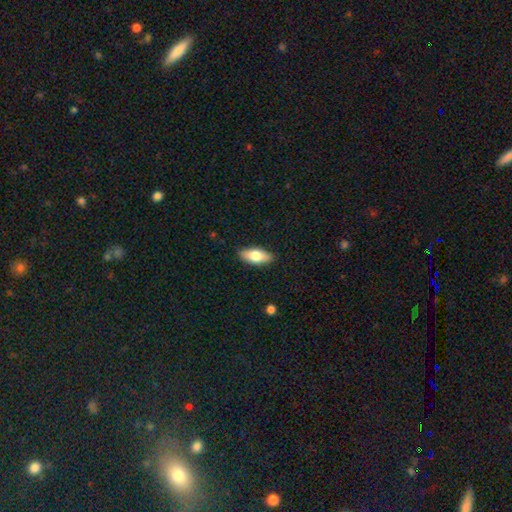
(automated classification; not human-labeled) Overall: smooth (74%). How rounded: in between (83%). Merging: none (87%).